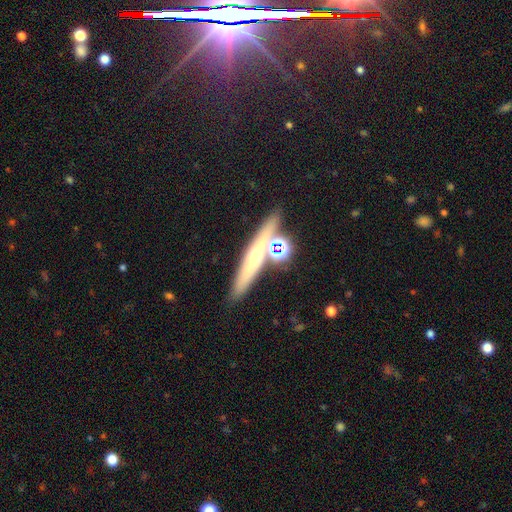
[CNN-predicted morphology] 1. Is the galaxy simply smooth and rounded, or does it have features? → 43% featured or disk, 35% smooth, 22% star or artifact.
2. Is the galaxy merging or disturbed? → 74% none, 12% merger, 10% minor disturbance, 4% major disturbance.